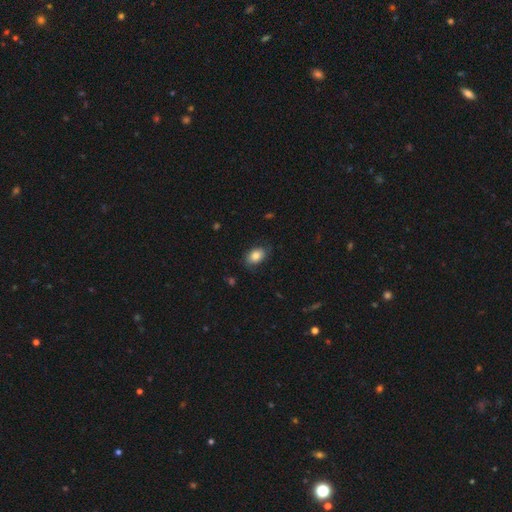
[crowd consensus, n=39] A smooth galaxy with no disk features (77%) that is in between round and cigar-shaped (77%).

Vote fractions:
- Smooth or featured? smooth: 77% / featured or disk: 13% / star or artifact: 10%
- How rounded? in between: 77% / round: 23% / cigar-shaped: 0%
- Merging? none: 74% / minor disturbance: 23% / major disturbance: 3% / merger: 0%